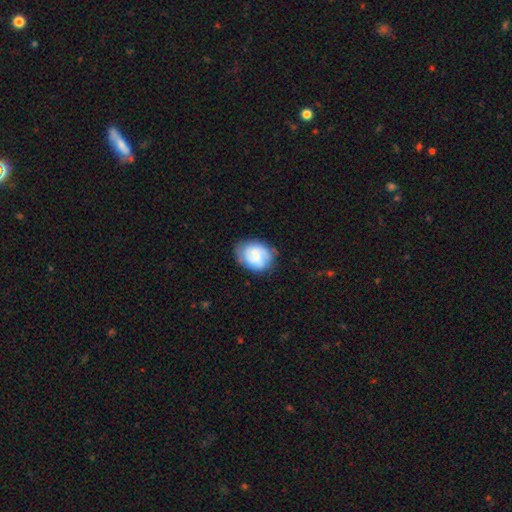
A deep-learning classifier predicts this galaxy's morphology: Overall: featured or disk (52%; smooth 41%). Edge-on disk: no (98%). Bar: weak (48%; no 37%). Spiral arms: yes (84%). Bulge size: small (43%; none 27%). Merging: none (70%).